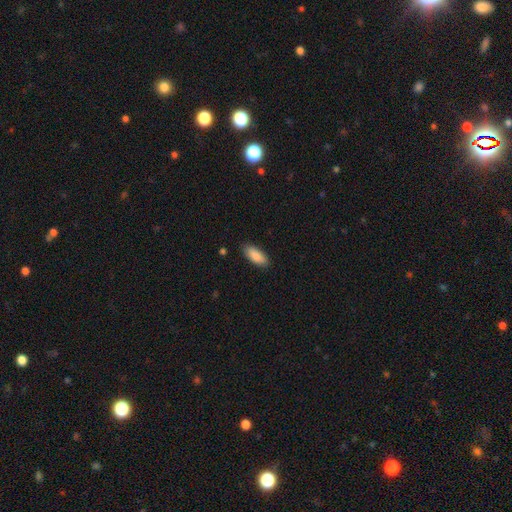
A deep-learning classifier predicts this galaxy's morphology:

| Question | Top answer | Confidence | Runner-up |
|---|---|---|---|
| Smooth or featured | smooth | 89% | star or artifact (6%) |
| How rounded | in between | 81% | cigar-shaped (18%) |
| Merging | none | 86% | minor disturbance (10%) |